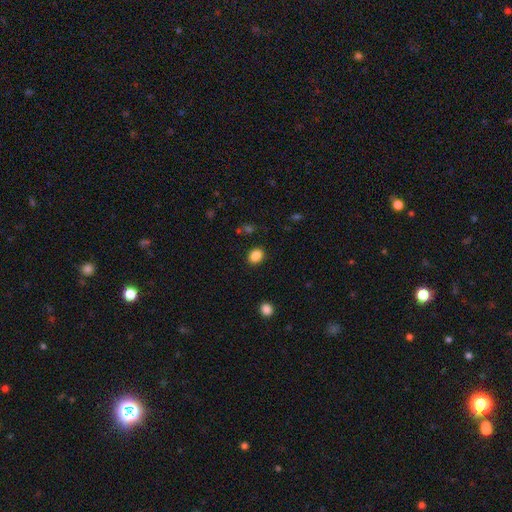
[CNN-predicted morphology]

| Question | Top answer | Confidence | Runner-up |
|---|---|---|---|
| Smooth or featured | smooth | 87% | star or artifact (10%) |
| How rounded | in between | 51% | round (48%) |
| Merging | none | 87% | minor disturbance (8%) |